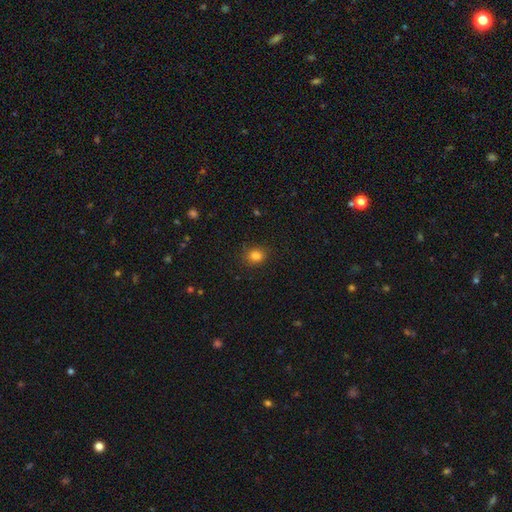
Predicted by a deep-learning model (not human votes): smooth 84%, star or artifact 12%, featured or disk 4%. Down the decision tree: how rounded — round (71%); merging — none (85%).